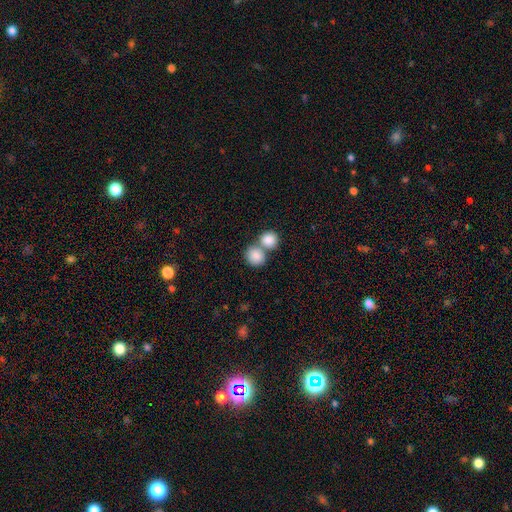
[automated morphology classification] smooth 85%, star or artifact 8%, featured or disk 7%. Down the decision tree: how rounded — round (77%); merging — merger (54%).